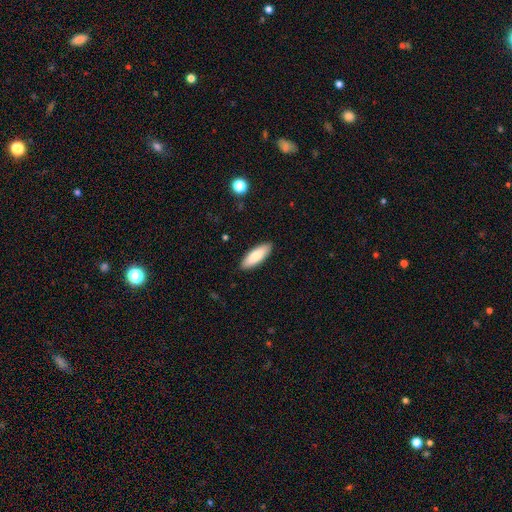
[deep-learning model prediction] Smooth or featured?
  - smooth: 82% *
  - featured or disk: 12%
  - star or artifact: 5%
How rounded?
  - in between: 61% *
  - cigar-shaped: 37%
  - round: 2%
Merging?
  - none: 89% *
  - minor disturbance: 8%
  - major disturbance: 2%
  - merger: 1%